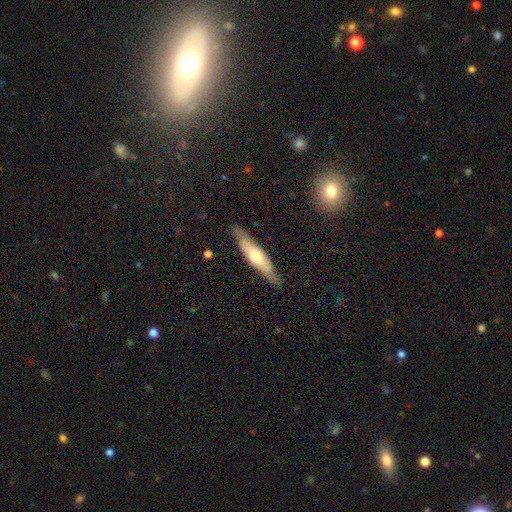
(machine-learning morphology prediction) This is possibly a featured or disk galaxy (51%). It is likely viewed edge-on (76%). Merging: clearly none (82%).